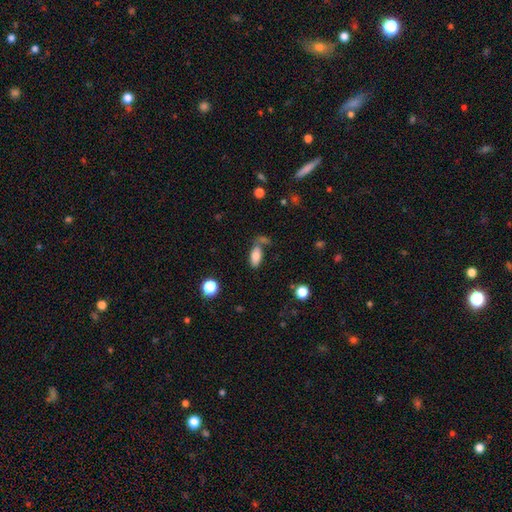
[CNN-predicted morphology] Overall: smooth (81%). How rounded: in between (89%). Merging: none (58%; merger 20%).